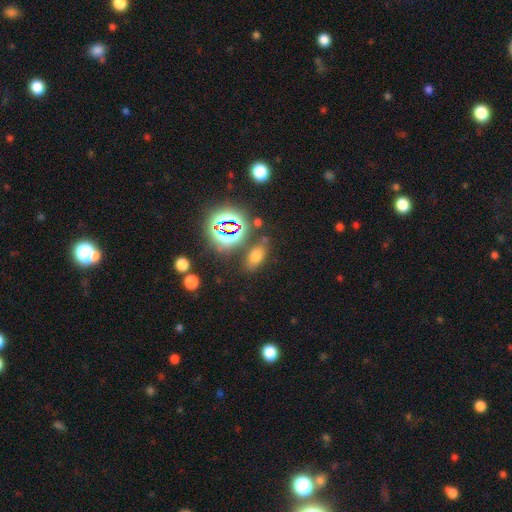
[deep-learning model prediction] The model was most divided on "smooth or featured": smooth: 58%, star or artifact: 32%, featured or disk: 10%. More confident: how rounded — in between (82%); merging — none (75%).